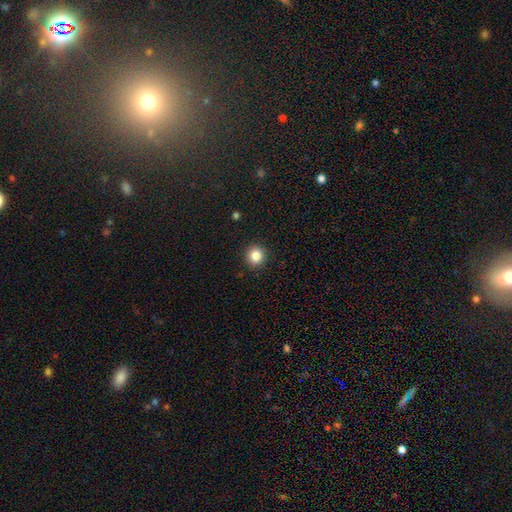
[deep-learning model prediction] Smooth or featured? smooth (85%)
How rounded? round (89%)
Merging? none (92%)